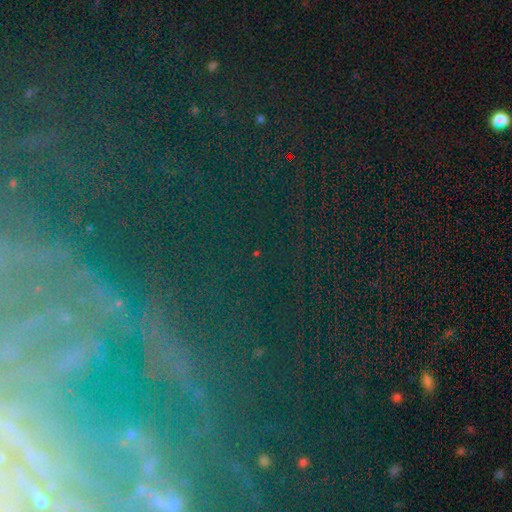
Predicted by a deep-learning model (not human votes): Q: Smooth or featured?
A: featured or disk (42%); runner-up: star or artifact (41%)
Q: Merging?
A: none (71%); runner-up: minor disturbance (13%)